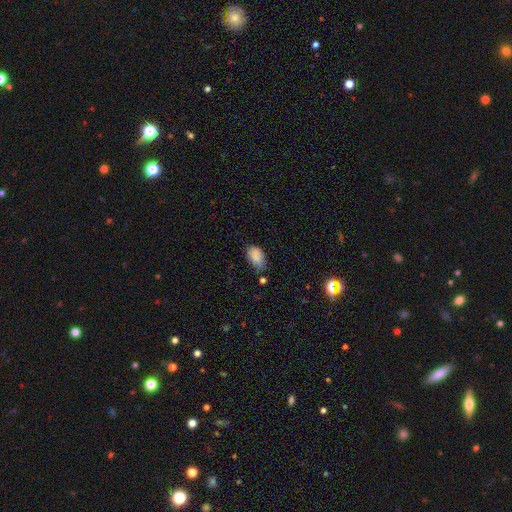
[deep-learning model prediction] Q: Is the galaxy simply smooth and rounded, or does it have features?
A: smooth — 87%.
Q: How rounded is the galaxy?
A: in between — 91%.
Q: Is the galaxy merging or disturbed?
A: none — 59%.